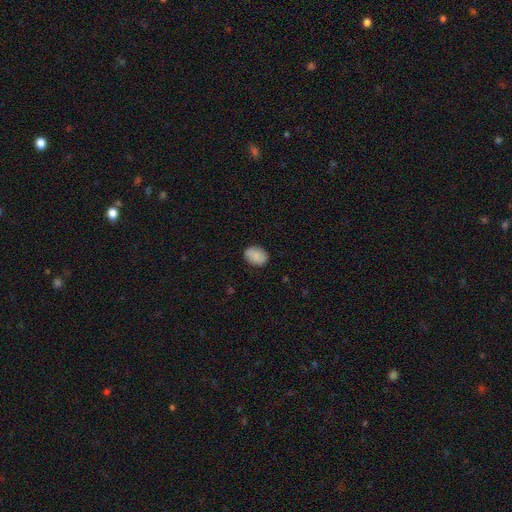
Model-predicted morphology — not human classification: smooth-or-featured: smooth: 84% | featured or disk: 9% | star or artifact: 7%
  how-rounded: in between: 70% | round: 29% | cigar-shaped: 1%
  merging: none: 84% | minor disturbance: 13% | major disturbance: 3% | merger: 1%